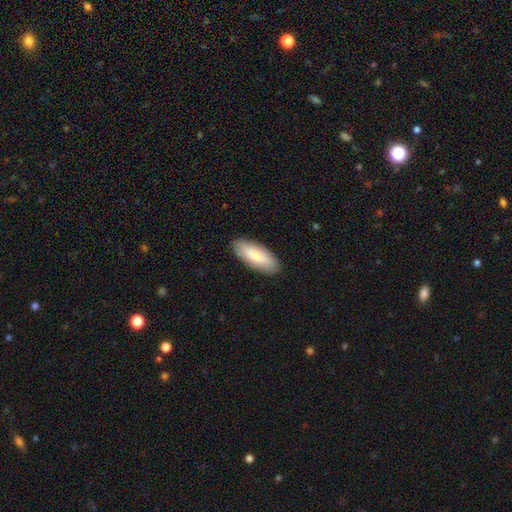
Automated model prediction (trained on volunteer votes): A smooth galaxy with no disk features (75%) that is in between round and cigar-shaped (78%). Merging: none (89%).